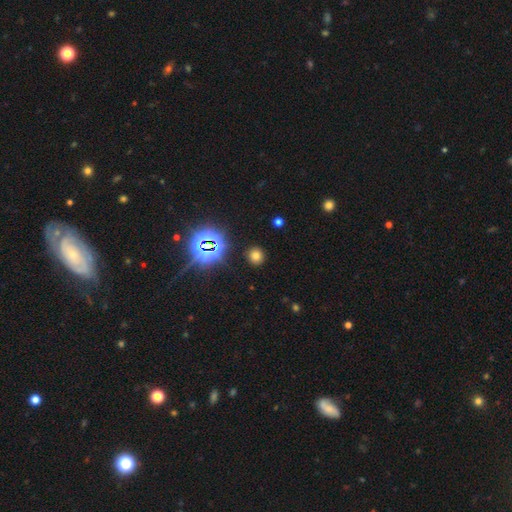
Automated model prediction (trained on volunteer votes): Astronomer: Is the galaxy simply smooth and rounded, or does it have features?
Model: smooth — 68%.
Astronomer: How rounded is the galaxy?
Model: round — 88%.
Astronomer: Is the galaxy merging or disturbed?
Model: none — 90%.